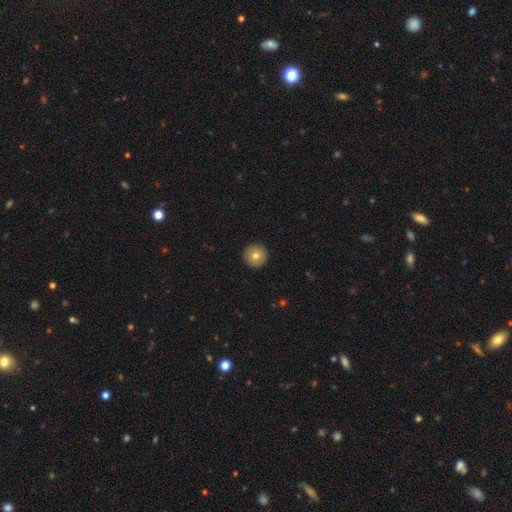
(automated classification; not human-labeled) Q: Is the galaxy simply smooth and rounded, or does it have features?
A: smooth — 75%.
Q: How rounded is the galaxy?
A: round — 97%.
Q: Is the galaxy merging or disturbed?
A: none — 93%.